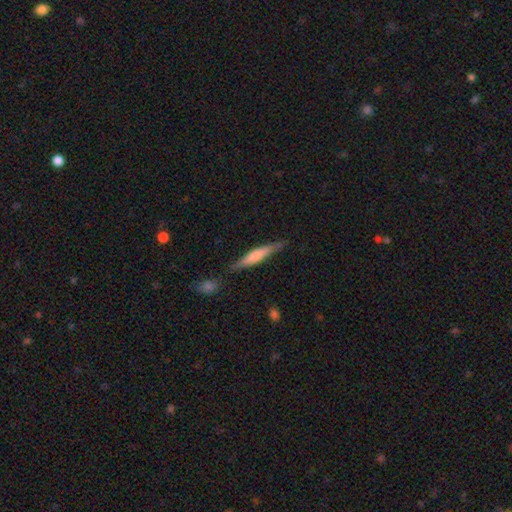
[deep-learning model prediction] This is possibly a smooth galaxy (51%). How rounded: clearly cigar-shaped (88%). Merging: likely none (77%).